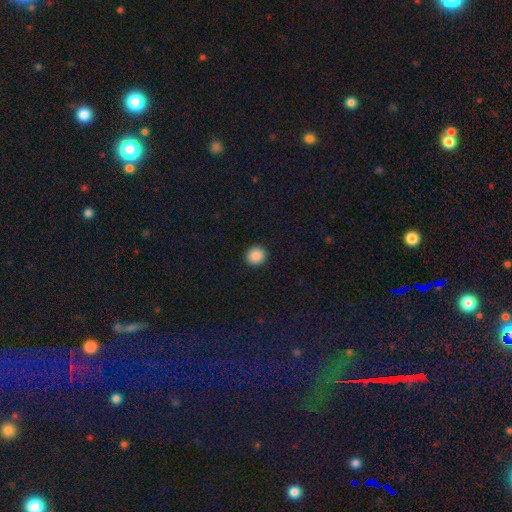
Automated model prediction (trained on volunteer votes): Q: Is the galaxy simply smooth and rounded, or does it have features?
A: smooth — 88%.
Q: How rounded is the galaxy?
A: round — 90%.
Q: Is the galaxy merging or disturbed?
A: none — 92%.